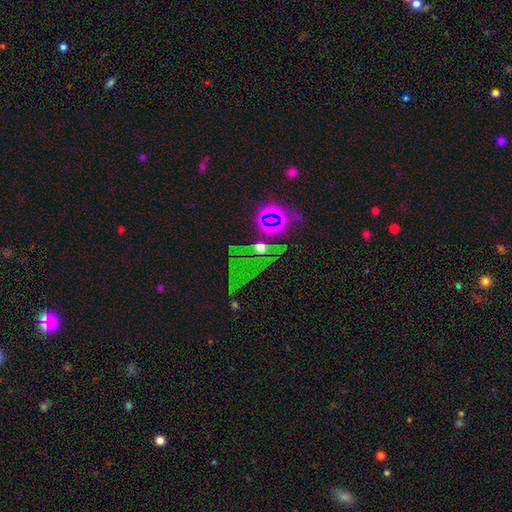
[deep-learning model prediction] A star or artifact, not a galaxy (63%).

Vote fractions:
- Smooth or featured? star or artifact: 63% / smooth: 19% / featured or disk: 18%